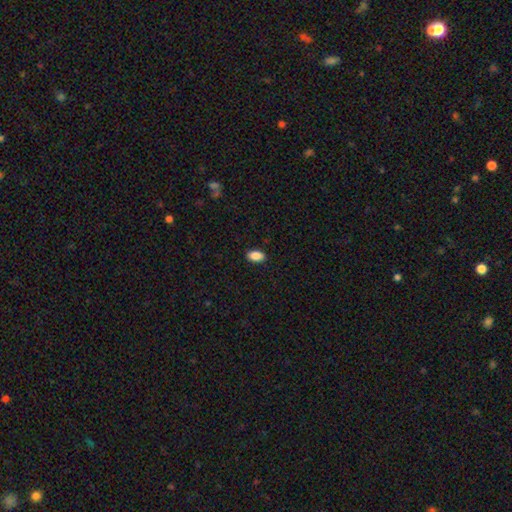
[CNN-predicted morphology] Q: Smooth or featured?
A: smooth (89%); runner-up: star or artifact (7%)
Q: How rounded?
A: in between (93%); runner-up: round (4%)
Q: Merging?
A: none (90%); runner-up: minor disturbance (8%)